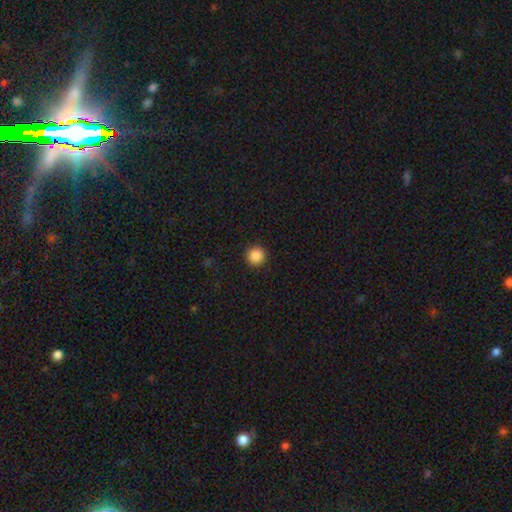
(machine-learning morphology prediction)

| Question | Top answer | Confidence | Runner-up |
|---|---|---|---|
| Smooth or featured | smooth | 87% | star or artifact (10%) |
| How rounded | round | 96% | in between (3%) |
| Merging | none | 93% | minor disturbance (4%) |